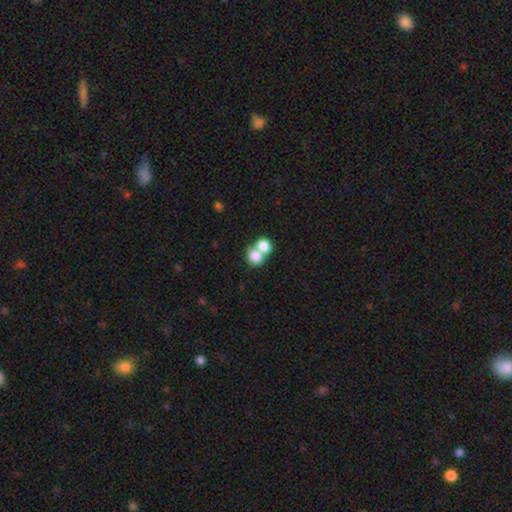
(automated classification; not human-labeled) smooth 79%, featured or disk 11%, star or artifact 10%. Down the decision tree: how rounded — round (73%); merging — merger (63%).